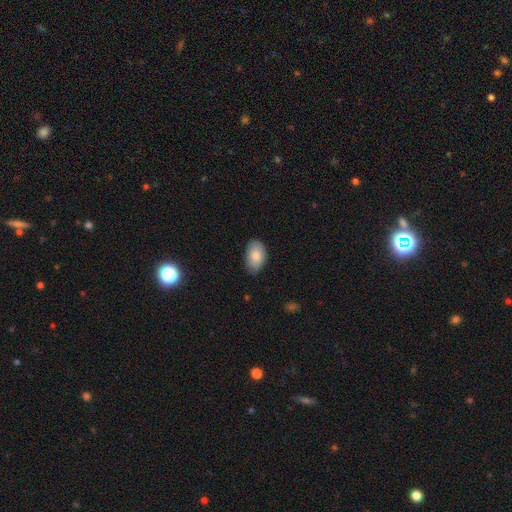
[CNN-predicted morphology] Smooth or featured? Predicted: smooth (p=0.81). How rounded? Predicted: in between (p=0.92). Merging? Predicted: none (p=0.80).